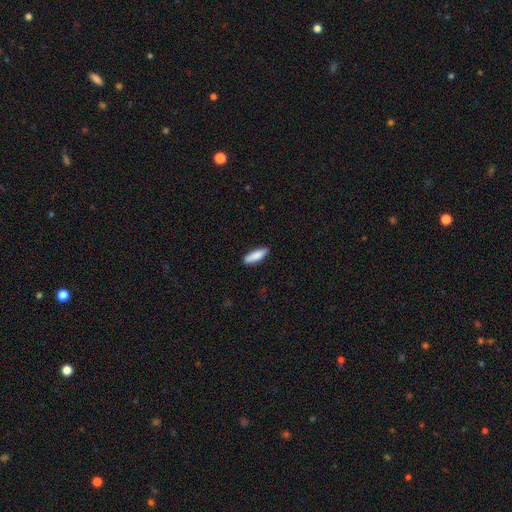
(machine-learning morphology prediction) Smooth or featured? Predicted: smooth (p=0.86). How rounded? Predicted: cigar-shaped (p=0.52). Merging? Predicted: none (p=0.86).